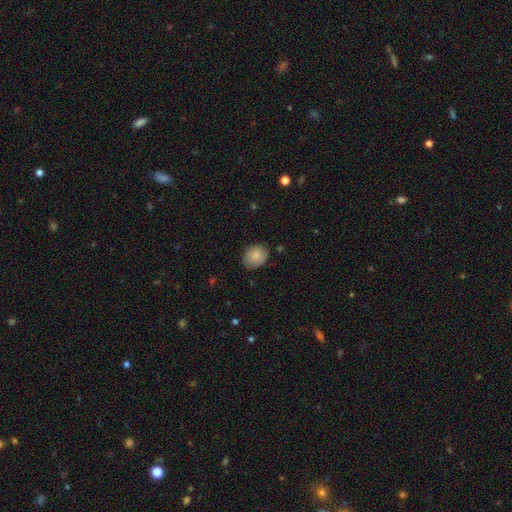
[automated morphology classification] smooth 83%, featured or disk 9%, star or artifact 8%. Down the decision tree: how rounded — round (65%); merging — none (77%).